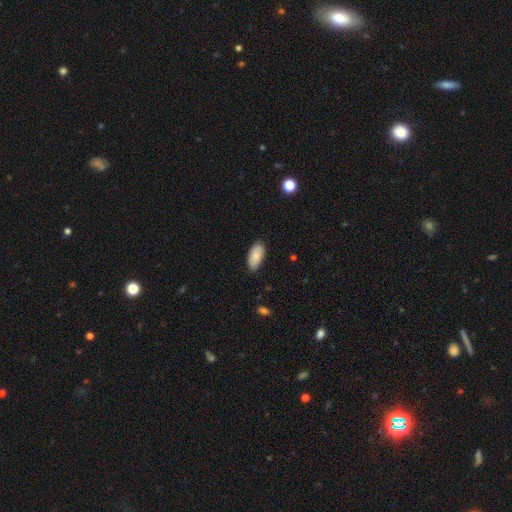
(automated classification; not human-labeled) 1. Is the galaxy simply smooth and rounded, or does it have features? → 86% smooth, 8% featured or disk, 6% star or artifact.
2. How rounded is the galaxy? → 93% in between, 5% cigar-shaped, 2% round.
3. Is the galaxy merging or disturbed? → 82% none, 15% minor disturbance, 2% major disturbance, 1% merger.